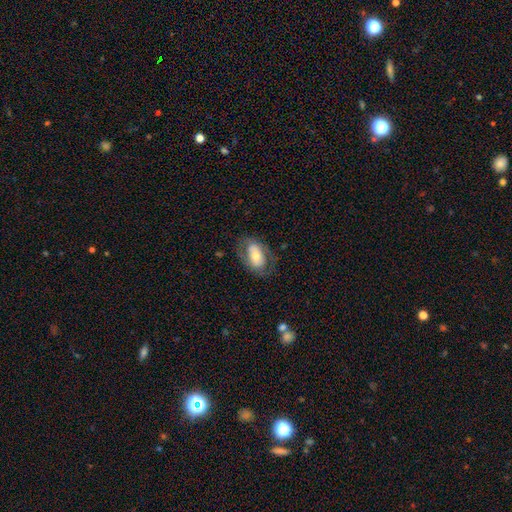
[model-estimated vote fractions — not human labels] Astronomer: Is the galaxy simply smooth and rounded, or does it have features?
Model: smooth — 56% (runner-up: featured or disk, 37%).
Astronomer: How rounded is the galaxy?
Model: in between — 90%.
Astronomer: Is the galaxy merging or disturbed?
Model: none — 67%.